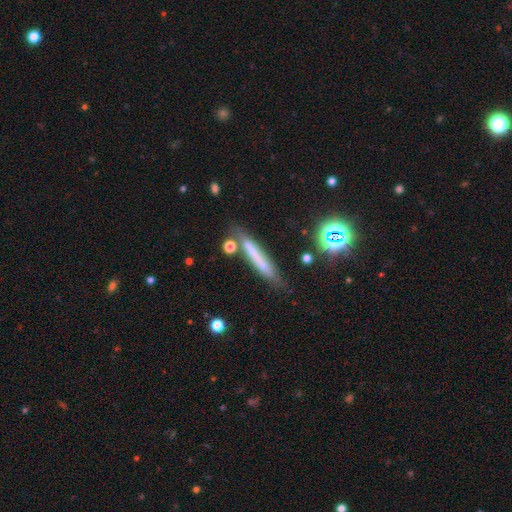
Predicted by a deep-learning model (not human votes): Q: Smooth or featured?
A: smooth (58%); runner-up: featured or disk (29%)
Q: How rounded?
A: cigar-shaped (91%); runner-up: in between (6%)
Q: Merging?
A: none (71%); runner-up: minor disturbance (17%)